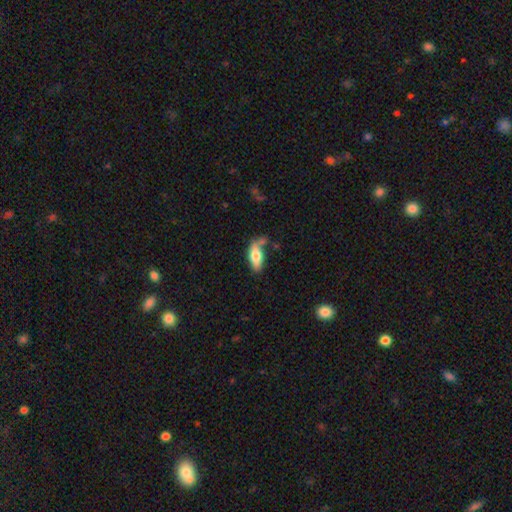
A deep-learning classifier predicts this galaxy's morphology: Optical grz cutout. It shows a smooth galaxy with no disk features (72%) that is in between round and cigar-shaped (78%). Merging: none (52%).